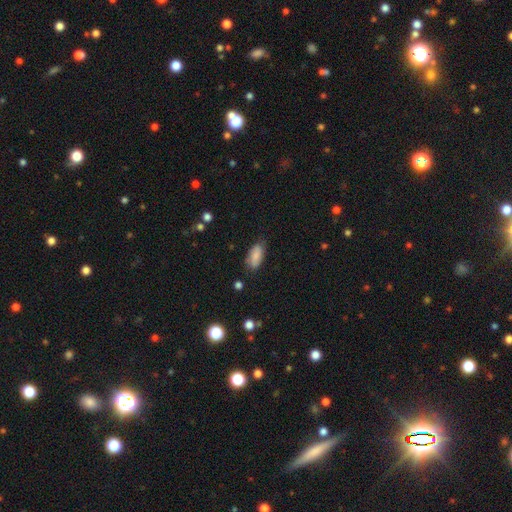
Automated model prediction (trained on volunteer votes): smooth-or-featured: smooth: 82% | featured or disk: 12% | star or artifact: 7%
  how-rounded: in between: 90% | cigar-shaped: 8% | round: 3%
  merging: none: 74% | minor disturbance: 20% | major disturbance: 4% | merger: 2%